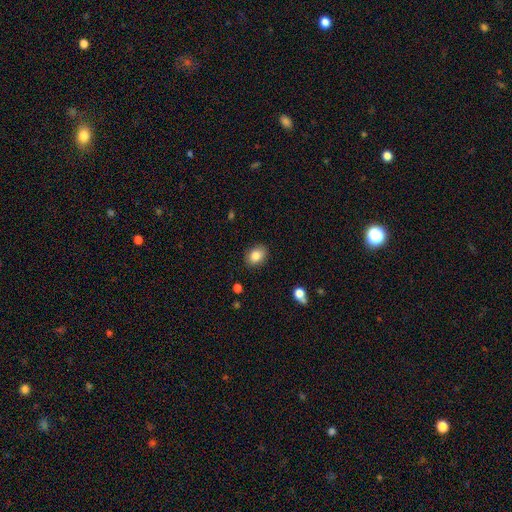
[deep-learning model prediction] Smooth or featured? Predicted: smooth (p=0.85). How rounded? Predicted: in between (p=0.68). Merging? Predicted: none (p=0.88).